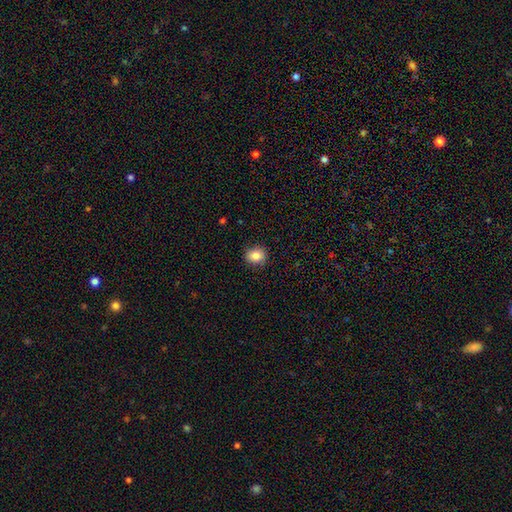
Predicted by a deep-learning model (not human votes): The model was most divided on "how rounded": round: 68%, in between: 31%, cigar-shaped: 1%. More confident: merging — none (88%); smooth or featured — smooth (85%).